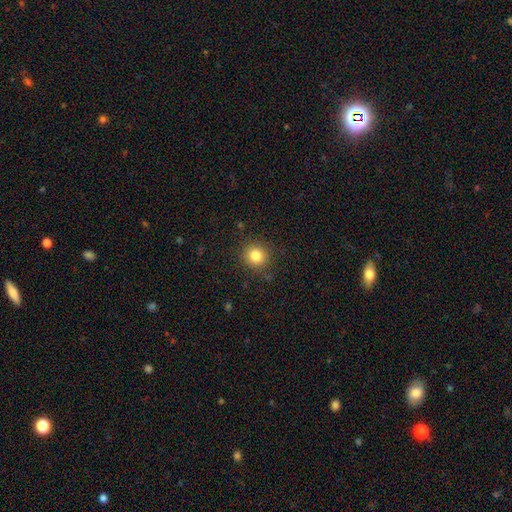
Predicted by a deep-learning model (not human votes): Morphology: type=smooth (82%); roundness=round (91%); merging=none (88%).